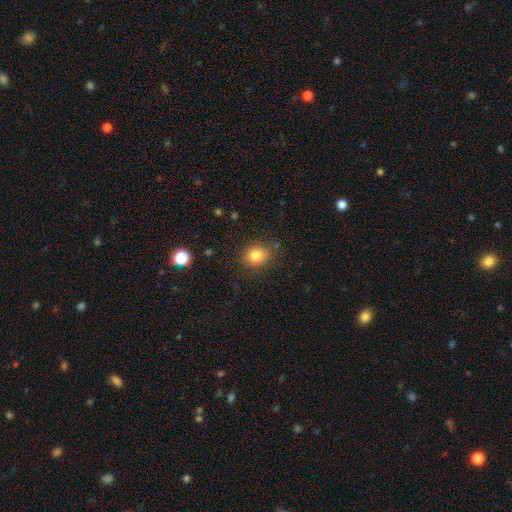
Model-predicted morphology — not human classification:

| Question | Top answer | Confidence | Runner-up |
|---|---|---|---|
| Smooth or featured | smooth | 81% | star or artifact (12%) |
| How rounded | round | 69% | in between (30%) |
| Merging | none | 84% | minor disturbance (11%) |